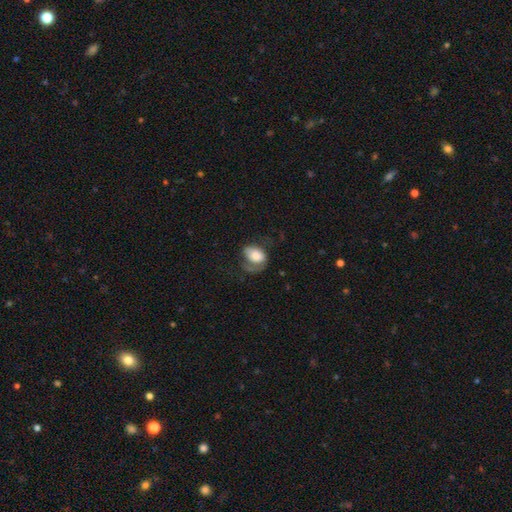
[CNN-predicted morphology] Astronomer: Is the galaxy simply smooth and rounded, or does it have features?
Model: smooth — 65%.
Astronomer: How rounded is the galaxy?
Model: in between — 74%.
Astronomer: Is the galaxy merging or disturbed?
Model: major disturbance — 37% (runner-up: none, 34%).